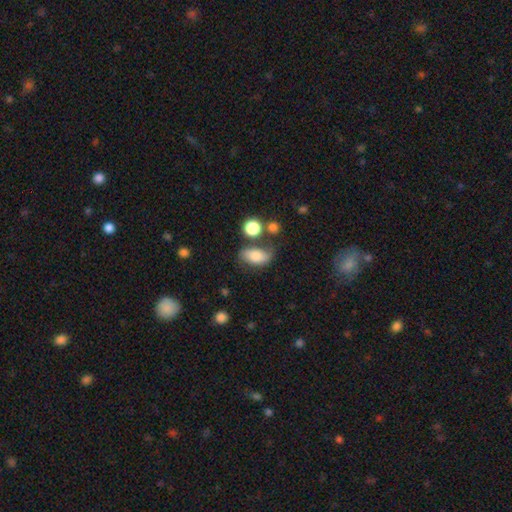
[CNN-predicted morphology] type=smooth (71%); roundness=in between (86%); merging=none (58%).